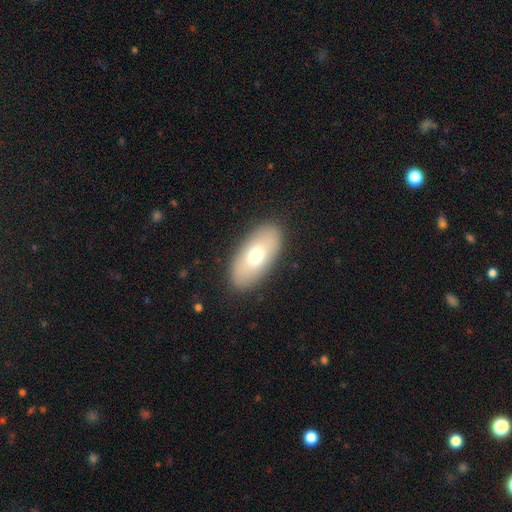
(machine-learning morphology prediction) Overall: smooth (68%). How rounded: in between (91%). Merging: none (88%).